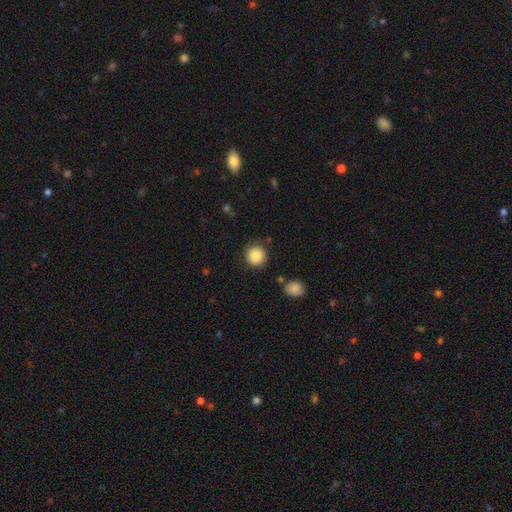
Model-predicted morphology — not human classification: smooth_or_featured: smooth (p=0.86) [alt: star or artifact p=0.09]
how_rounded: round (p=0.93) [alt: in between p=0.06]
merging: none (p=0.86) [alt: minor disturbance p=0.09]